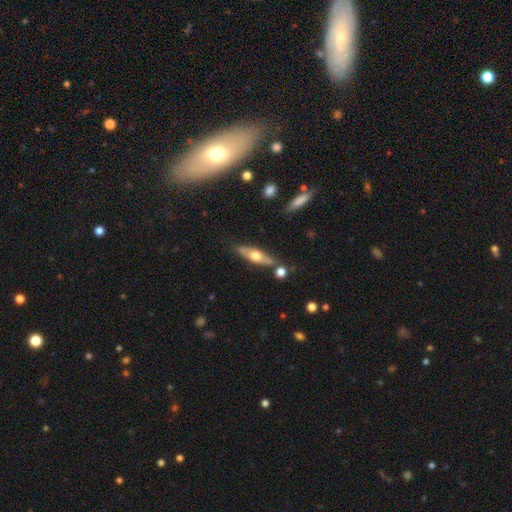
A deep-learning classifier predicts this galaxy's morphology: Overall: smooth (48%; featured or disk 46%). Merging: none (74%).